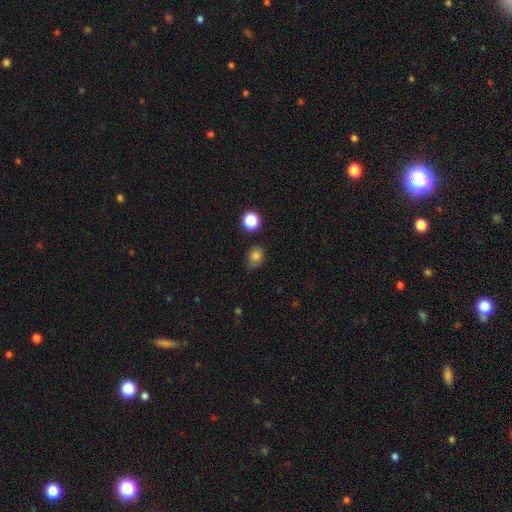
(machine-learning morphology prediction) Smooth or featured: smooth — 78% (star or artifact — 14%)
How rounded: round — 51% (in between — 48%)
Merging: none — 61% (minor disturbance — 30%)